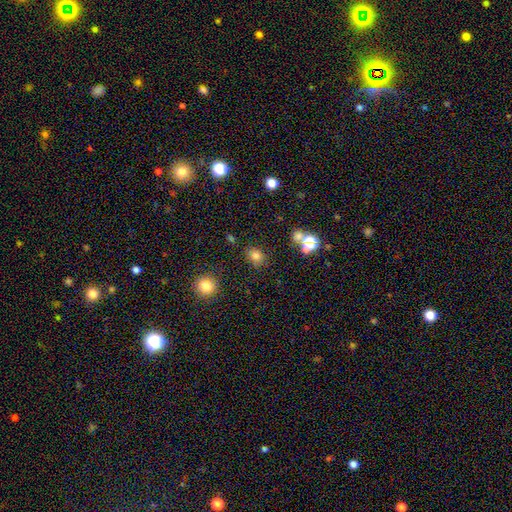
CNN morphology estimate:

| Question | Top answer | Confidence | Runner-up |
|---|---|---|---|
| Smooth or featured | smooth | 76% | star or artifact (18%) |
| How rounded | round | 62% | in between (37%) |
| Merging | none | 80% | minor disturbance (11%) |